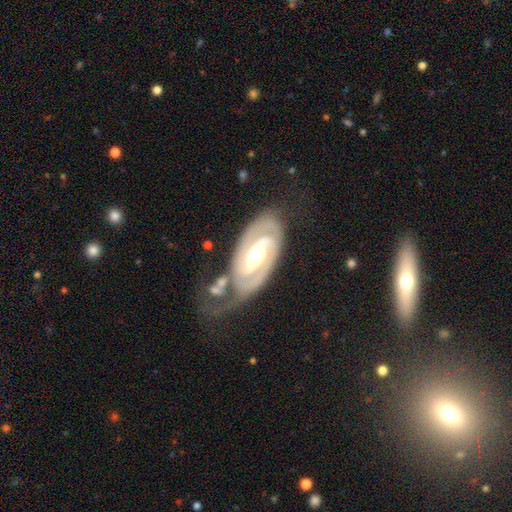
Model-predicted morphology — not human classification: Smooth or featured: featured or disk — 91% (smooth — 6%)
Edge-on disk: no — 96% (yes — 4%)
Bar: strong — 47% (weak — 34%)
Spiral arms: yes — 97% (no — 3%)
Spiral winding: tight — 58% (medium — 34%)
Spiral arm count: 2 — 89% (can't tell — 4%)
Bulge size: moderate — 72% (small — 13%)
Merging: none — 55% (minor disturbance — 21%)